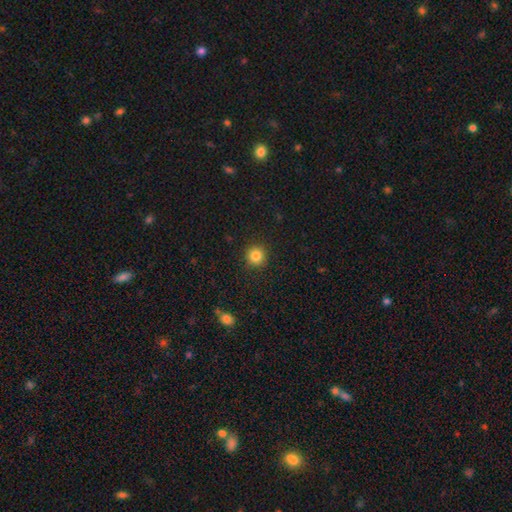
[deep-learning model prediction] Morphology: type=smooth (84%); roundness=round (94%); merging=none (91%).